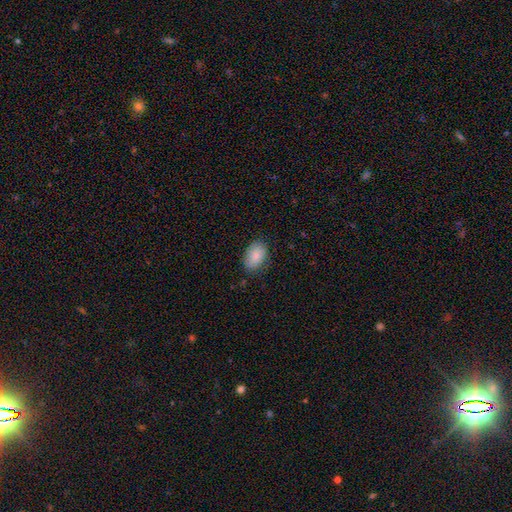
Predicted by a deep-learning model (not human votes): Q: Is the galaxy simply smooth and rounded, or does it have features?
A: smooth — 84%.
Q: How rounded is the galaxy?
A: in between — 88%.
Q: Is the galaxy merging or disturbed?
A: none — 77%.